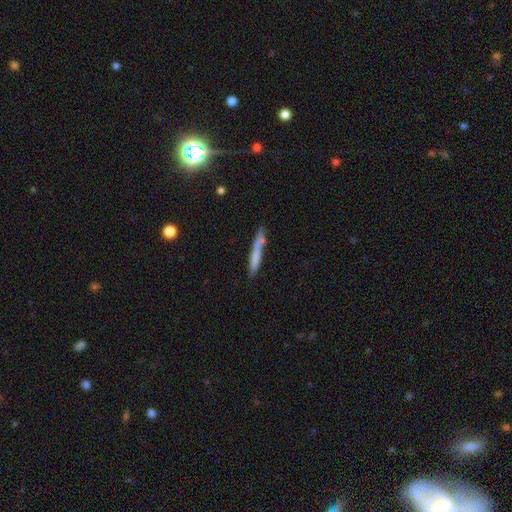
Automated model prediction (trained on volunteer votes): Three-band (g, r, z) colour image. It shows a smooth galaxy with no disk features (68%) that is cigar-shaped (94%). Merging: none (66%).